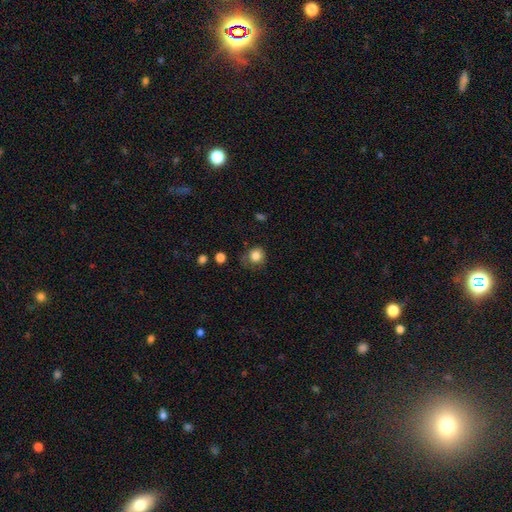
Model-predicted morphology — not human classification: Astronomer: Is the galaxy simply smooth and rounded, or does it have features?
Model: smooth — 82%.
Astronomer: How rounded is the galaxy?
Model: round — 81%.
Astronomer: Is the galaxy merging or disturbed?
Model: none — 59%.